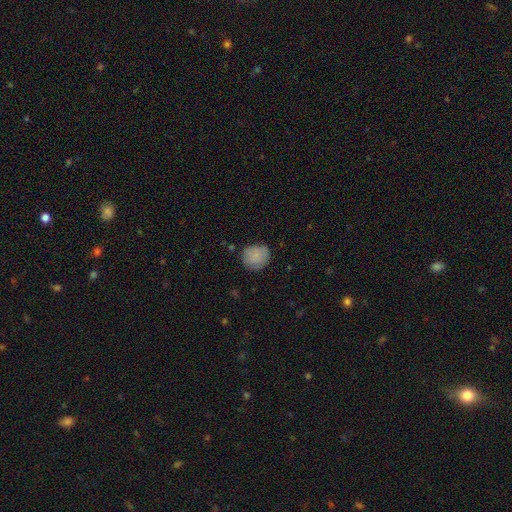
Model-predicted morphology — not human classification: Smooth or featured? Predicted: smooth (p=0.85). How rounded? Predicted: round (p=0.86). Merging? Predicted: none (p=0.76).